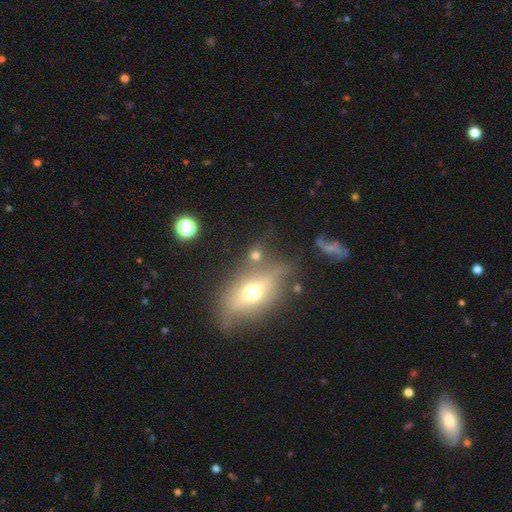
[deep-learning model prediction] smooth-or-featured: smooth: 51% | featured or disk: 28% | star or artifact: 21%
  how-rounded: round: 46% (tied) | in between: 46% (tied) | cigar-shaped: 9%
  merging: none: 59% | merger: 15% | minor disturbance: 15% | major disturbance: 11%